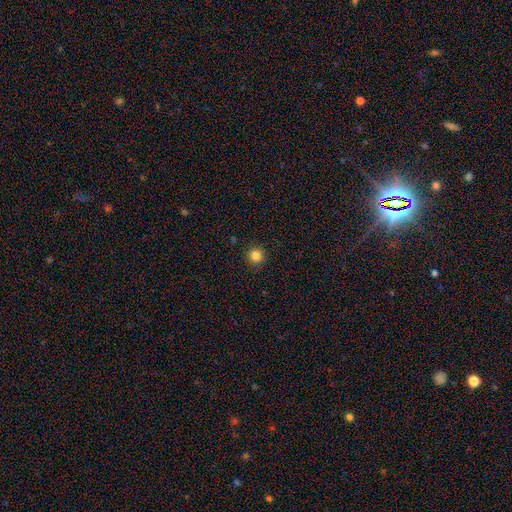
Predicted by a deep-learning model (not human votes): A smooth galaxy with no disk features (84%) that is round (95%).

Vote fractions:
- Smooth or featured? smooth: 84% / star or artifact: 12% / featured or disk: 4%
- How rounded? round: 95% / in between: 4% / cigar-shaped: 1%
- Merging? none: 92% / minor disturbance: 5% / major disturbance: 2% / merger: 1%